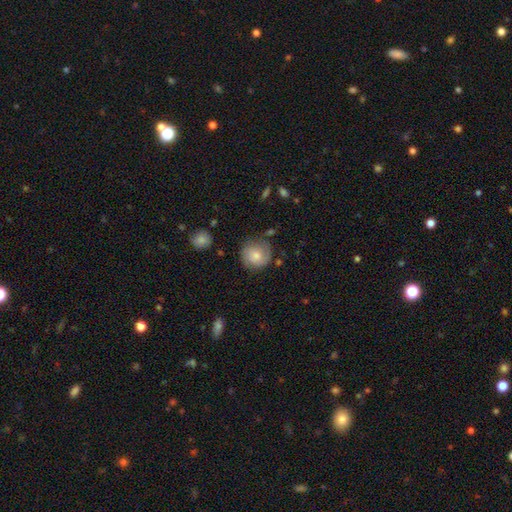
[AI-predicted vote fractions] Smooth or featured? smooth (68%)
How rounded? round (90%)
Merging? none (71%)